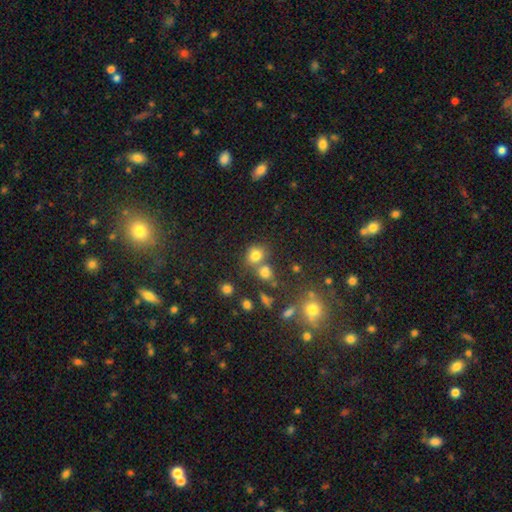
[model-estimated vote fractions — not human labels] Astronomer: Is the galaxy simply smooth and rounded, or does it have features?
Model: smooth — 73%.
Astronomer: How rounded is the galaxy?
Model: round — 62% (runner-up: in between, 37%).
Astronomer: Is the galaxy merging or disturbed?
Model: none — 51% (runner-up: merger, 32%).